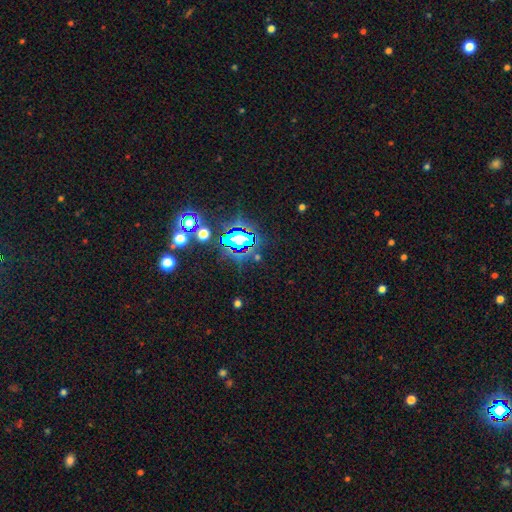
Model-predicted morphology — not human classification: The model was most divided on "smooth or featured": star or artifact: 75%, smooth: 16%, featured or disk: 9%.